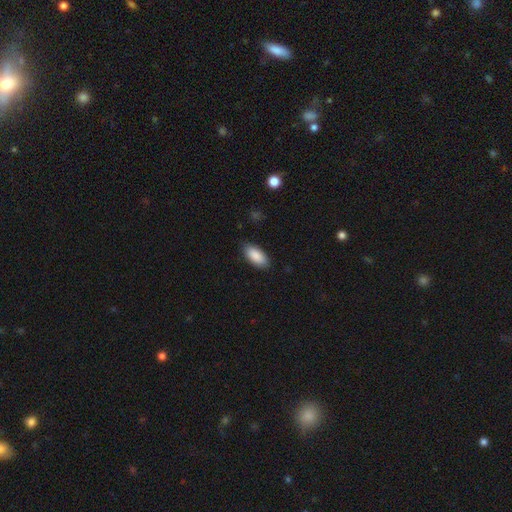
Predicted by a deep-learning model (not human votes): A smooth galaxy with no disk features (89%) that is in between round and cigar-shaped (91%). Merging: none (85%).